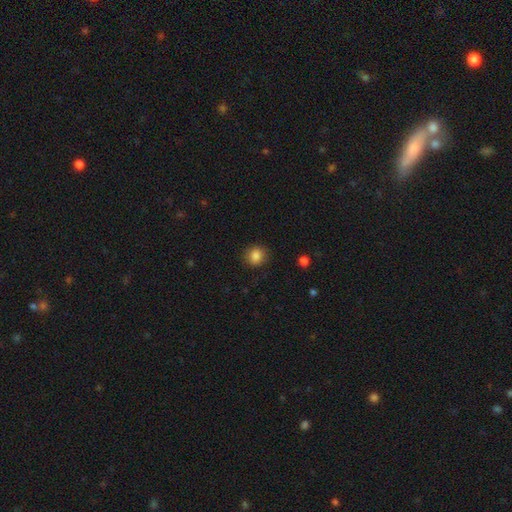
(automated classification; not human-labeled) The model was most divided on "how rounded": round: 79%, in between: 20%, cigar-shaped: 1%. More confident: merging — none (87%); smooth or featured — smooth (85%).